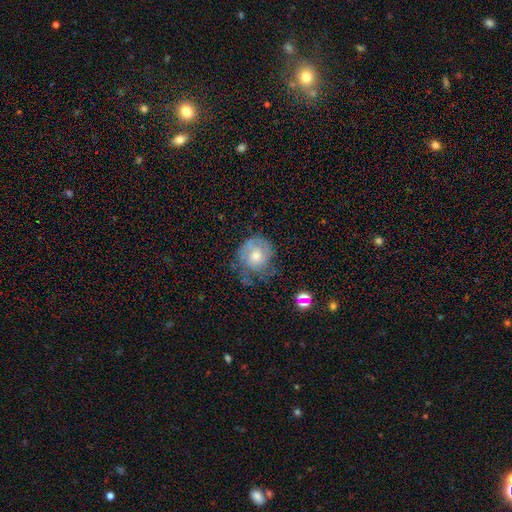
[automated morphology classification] Smooth or featured?
  - featured or disk: 56% *
  - smooth: 36%
  - star or artifact: 8%
Edge-on disk?
  - no: 97% *
  - yes: 3%
Bar?
  - no: 78% *
  - weak: 20%
  - strong: 3%
Spiral arms?
  - yes: 73% *
  - no: 27%
Bulge size?
  - moderate: 62% *
  - small: 26%
  - large: 8%
  - none: 2%
  - dominant: 1%
Merging?
  - none: 46% *
  - minor disturbance: 31%
  - major disturbance: 21%
  - merger: 3%